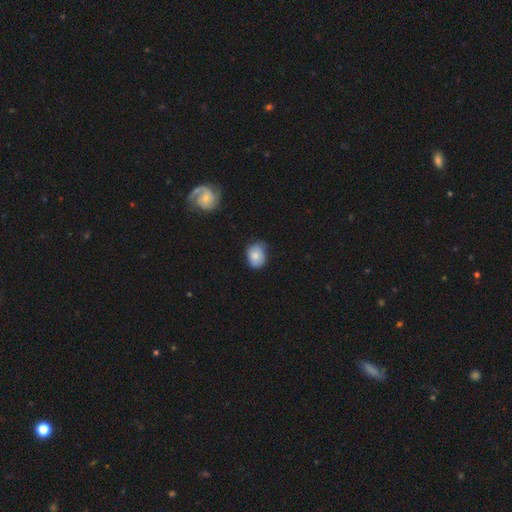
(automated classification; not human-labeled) Smooth or featured: smooth — 77% (featured or disk — 15%)
How rounded: in between — 54% (round — 46%)
Merging: none — 57% (minor disturbance — 35%)